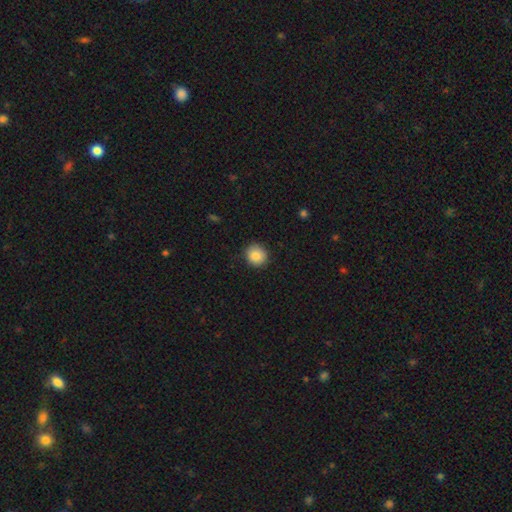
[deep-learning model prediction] A smooth galaxy with no disk features (87%) that is round (90%).

Vote fractions:
- Smooth or featured? smooth: 87% / star or artifact: 9% / featured or disk: 4%
- How rounded? round: 90% / in between: 9% / cigar-shaped: 1%
- Merging? none: 89% / minor disturbance: 8% / major disturbance: 2% / merger: 1%